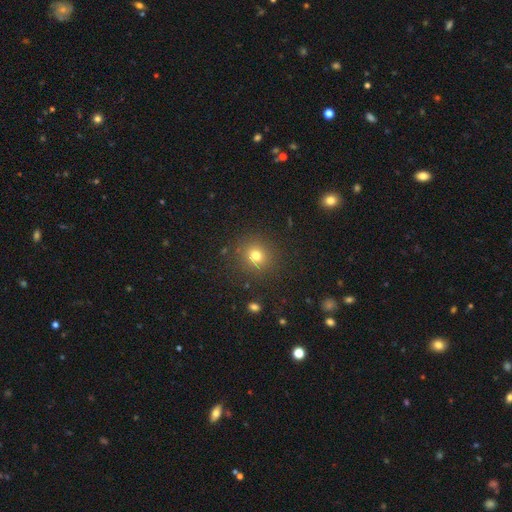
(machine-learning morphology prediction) A smooth galaxy with no disk features (74%) that is round (90%). Merging: none (88%).